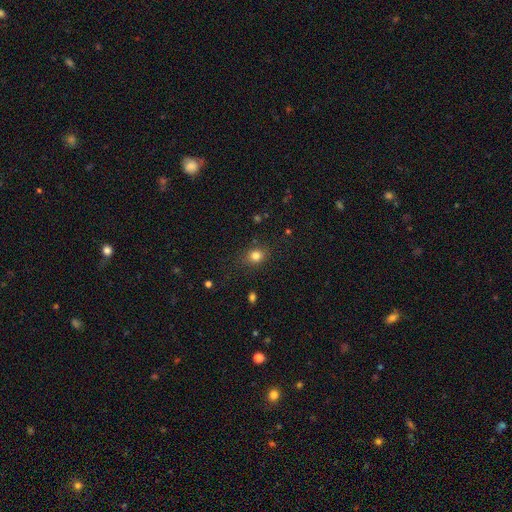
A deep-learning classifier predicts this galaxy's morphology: This appears to be a smooth galaxy with no disk features (81%) that is round (59%). Merging: none (82%).